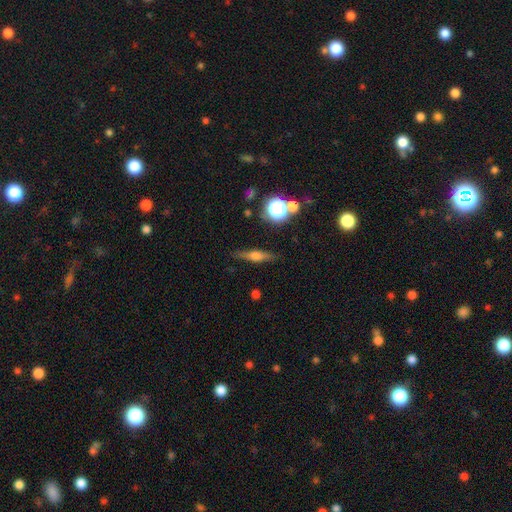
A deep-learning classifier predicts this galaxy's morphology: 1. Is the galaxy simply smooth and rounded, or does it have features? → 53% featured or disk, 36% smooth, 10% star or artifact.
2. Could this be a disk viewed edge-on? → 94% yes, 6% no.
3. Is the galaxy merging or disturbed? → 85% none, 10% minor disturbance, 3% major disturbance, 2% merger.